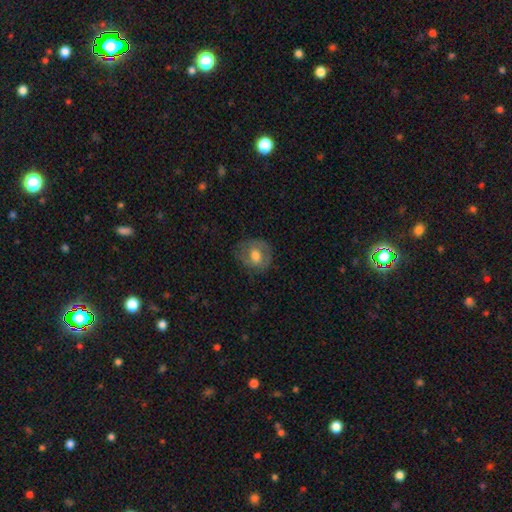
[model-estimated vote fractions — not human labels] This appears to be a smooth galaxy with no disk features (59%) that is round (69%). Merging: none (66%).